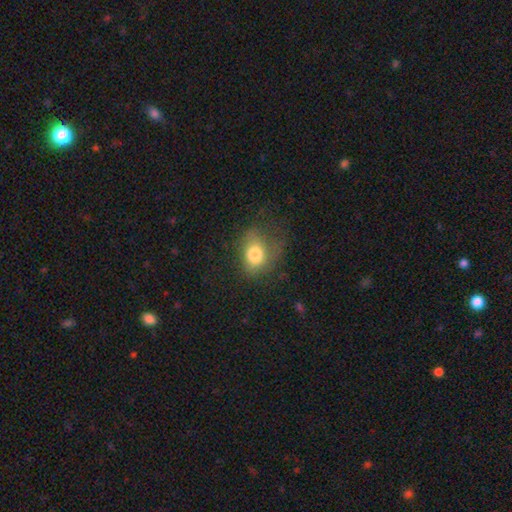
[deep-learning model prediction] smooth_or_featured: smooth (p=0.75) [alt: featured or disk p=0.15]
how_rounded: in between (p=0.60) [alt: round p=0.38]
merging: none (p=0.47) [alt: minor disturbance p=0.28]